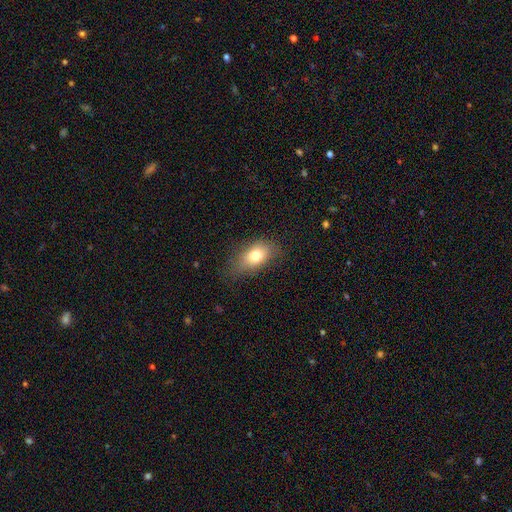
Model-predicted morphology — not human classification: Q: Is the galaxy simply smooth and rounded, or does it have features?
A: smooth — 76%.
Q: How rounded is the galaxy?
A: in between — 84%.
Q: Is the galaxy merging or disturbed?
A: none — 70%.